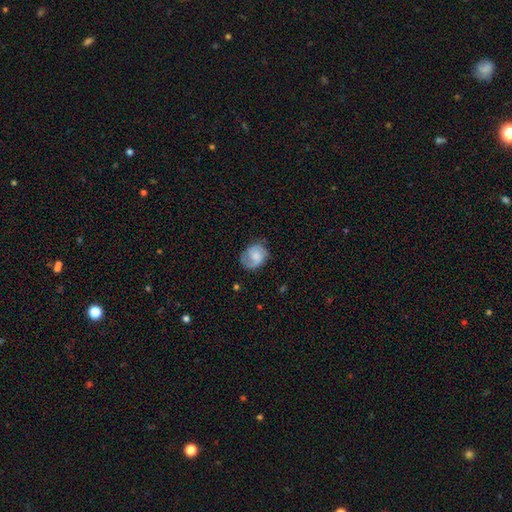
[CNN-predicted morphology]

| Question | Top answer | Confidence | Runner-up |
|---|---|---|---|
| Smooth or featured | featured or disk | 52% | smooth (40%) |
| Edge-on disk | no | 97% | yes (3%) |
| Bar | no | 63% | weak (32%) |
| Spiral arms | yes | 87% | no (13%) |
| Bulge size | moderate | 34% | small (30%) |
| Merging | none | 64% | minor disturbance (24%) |